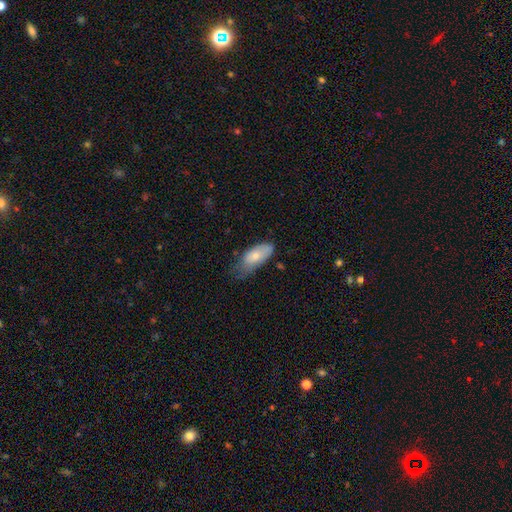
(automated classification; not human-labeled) smooth_or_featured: smooth (p=0.76) [alt: featured or disk p=0.17]
how_rounded: in between (p=0.89) [alt: cigar-shaped p=0.08]
merging: minor disturbance (p=0.43) [alt: none p=0.37]